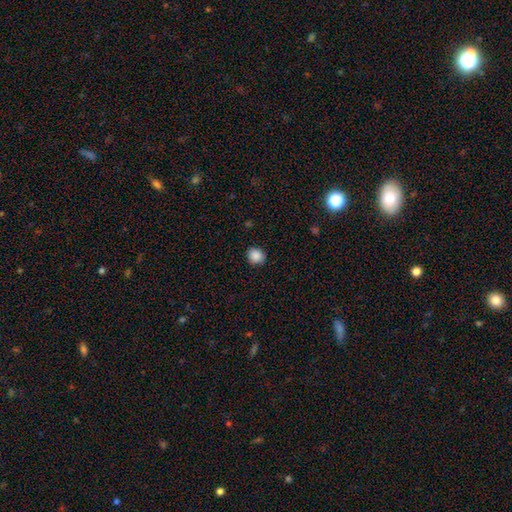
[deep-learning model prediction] The model was most divided on "how rounded": round: 83%, in between: 16%, cigar-shaped: 1%. More confident: smooth or featured — smooth (88%); merging — none (88%).